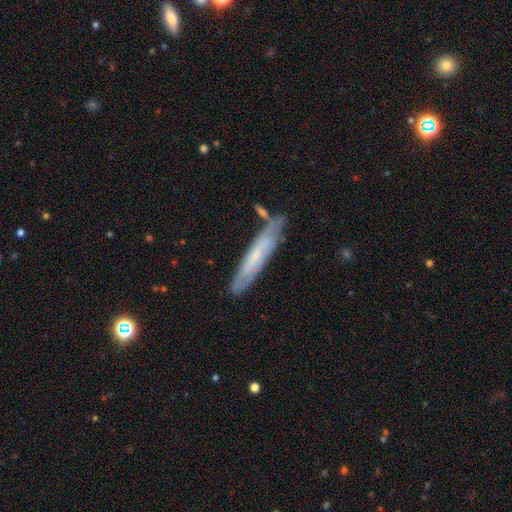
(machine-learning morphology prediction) A smooth galaxy with no disk features (50%).

Vote fractions:
- Smooth or featured? smooth: 50% / featured or disk: 44% / star or artifact: 7%
- Merging? none: 76% / minor disturbance: 16% / merger: 5% / major disturbance: 3%